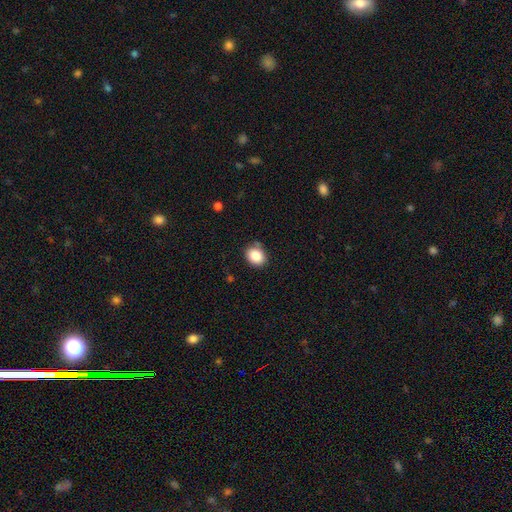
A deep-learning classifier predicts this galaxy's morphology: Smooth or featured? Predicted: smooth (p=0.86). How rounded? Predicted: round (p=0.53). Merging? Predicted: none (p=0.77).